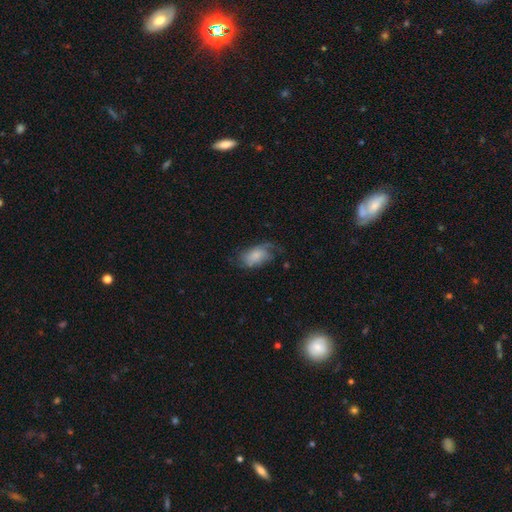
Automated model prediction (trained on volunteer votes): Overall: smooth (54%; featured or disk 38%). How rounded: in between (91%). Merging: none (45%; minor disturbance 29%).